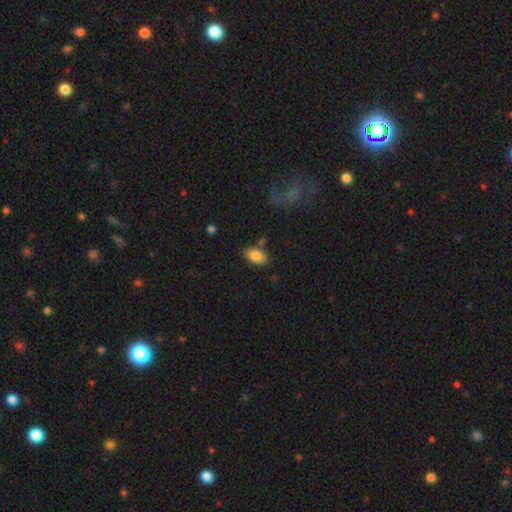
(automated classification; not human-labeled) Smooth or featured? Predicted: smooth (p=0.84). How rounded? Predicted: in between (p=0.92). Merging? Predicted: none (p=0.76).